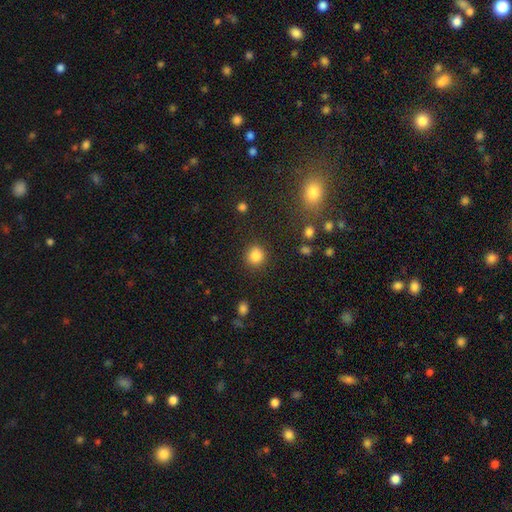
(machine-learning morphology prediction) This appears to be a smooth galaxy with no disk features (86%) that is round (86%). Merging: none (87%).